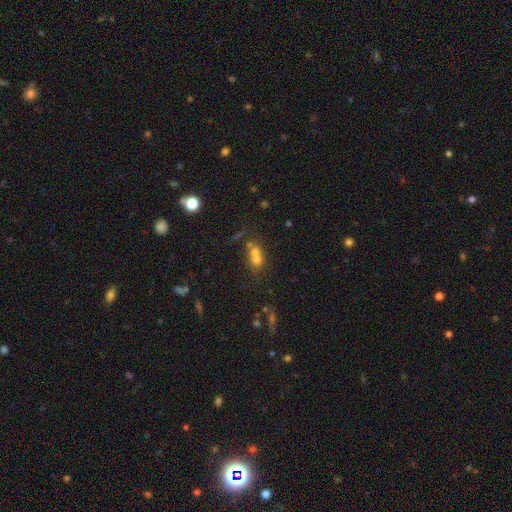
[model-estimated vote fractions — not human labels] Overall: smooth (60%; featured or disk 22%). How rounded: round (60%; in between 37%). Merging: merger (60%; none 28%).